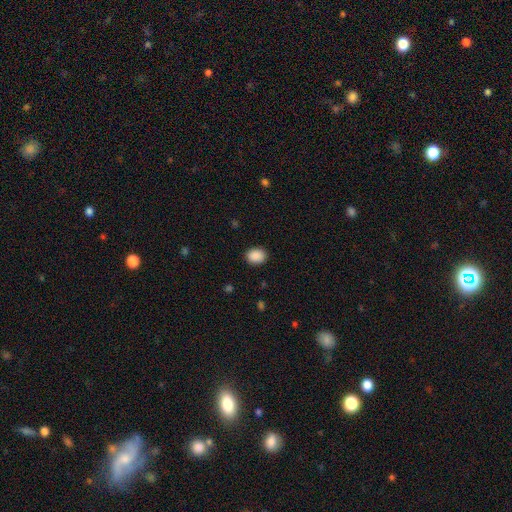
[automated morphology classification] Smooth or featured? Predicted: smooth (p=0.90). How rounded? Predicted: in between (p=0.50). Merging? Predicted: none (p=0.88).